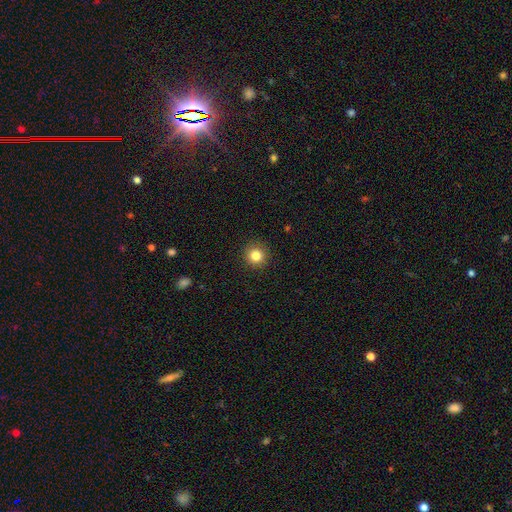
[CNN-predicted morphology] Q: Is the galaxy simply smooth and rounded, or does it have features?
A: smooth — 83%.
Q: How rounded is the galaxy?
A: round — 93%.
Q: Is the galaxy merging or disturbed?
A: none — 92%.